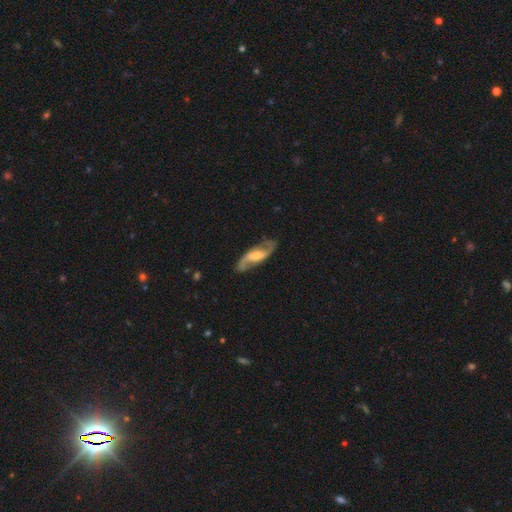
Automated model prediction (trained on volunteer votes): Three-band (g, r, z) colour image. It shows a featured or disk galaxy (81%) with a weak bar (47%), 2 (92%) loose (48%) spiral arms (95%) and a moderate central bulge (41%). Merging: none (80%).